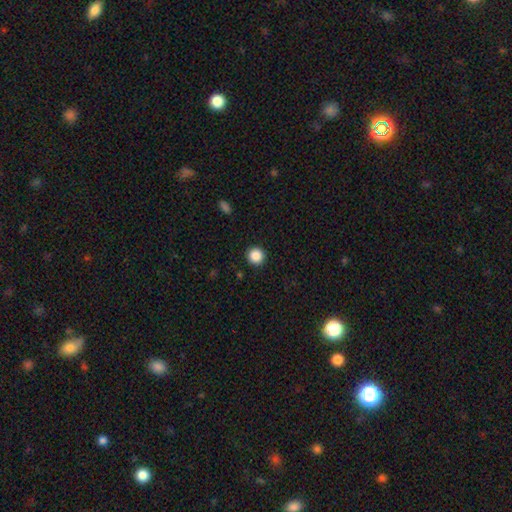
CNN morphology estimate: Smooth or featured? Predicted: smooth (p=0.88). How rounded? Predicted: round (p=0.96). Merging? Predicted: none (p=0.93).